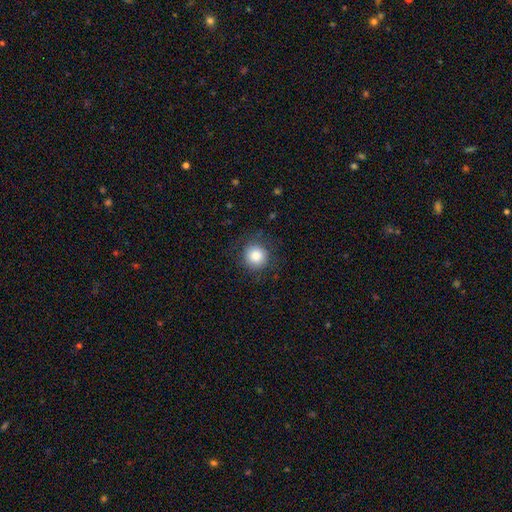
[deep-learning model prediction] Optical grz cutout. It shows a smooth galaxy with no disk features (85%) that is round (93%). Merging: none (84%).